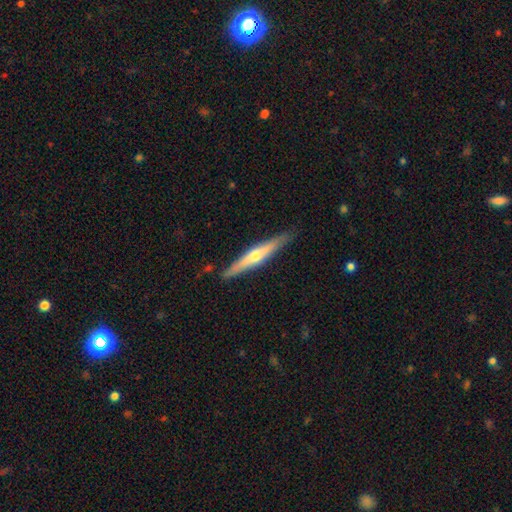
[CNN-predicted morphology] featured or disk 62%, smooth 33%, star or artifact 6%. Down the decision tree: edge-on disk — yes (95%); edge-on bulge — rounded (84%); merging — none (87%).